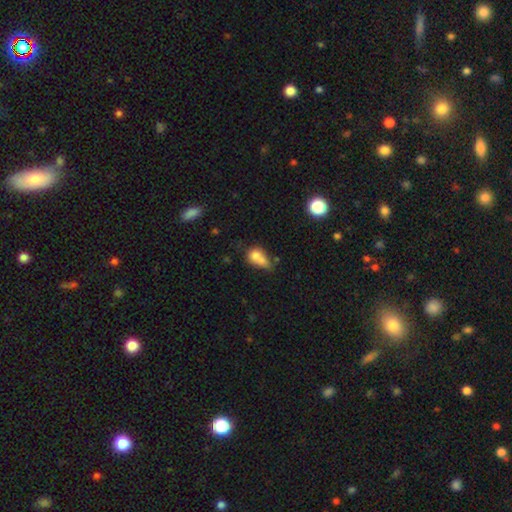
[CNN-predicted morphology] Smooth or featured?
  - smooth: 71% *
  - featured or disk: 17%
  - star or artifact: 12%
How rounded?
  - in between: 61% *
  - round: 34%
  - cigar-shaped: 4%
Merging?
  - merger: 47% *
  - none: 24%
  - minor disturbance: 18%
  - major disturbance: 12%